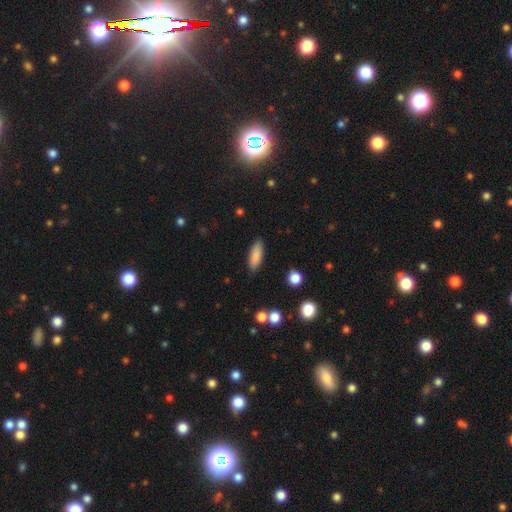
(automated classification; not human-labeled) The model was most divided on "how rounded": in between: 61%, cigar-shaped: 37%, round: 2%. More confident: merging — none (87%); smooth or featured — smooth (87%).